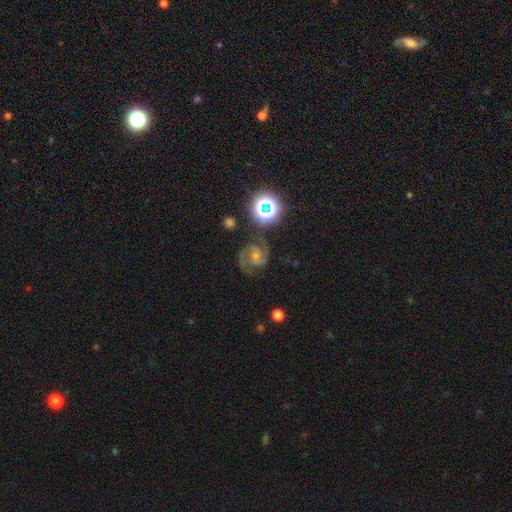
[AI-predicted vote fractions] Smooth or featured? featured or disk (80%)
Edge-on disk? no (98%)
Bar? no (50%)
Spiral arms? yes (98%)
Spiral winding? medium (50%)
Spiral arm count? 2 (87%)
Bulge size? small (54%)
Merging? none (79%)